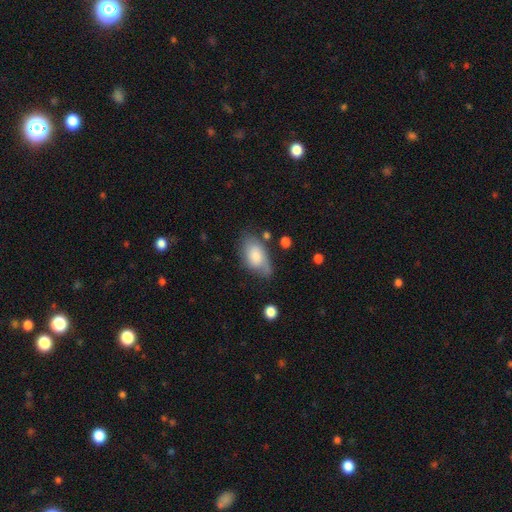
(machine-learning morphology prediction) This is likely a smooth galaxy (66%). How rounded: clearly in between (92%). Merging: possibly none (56%).